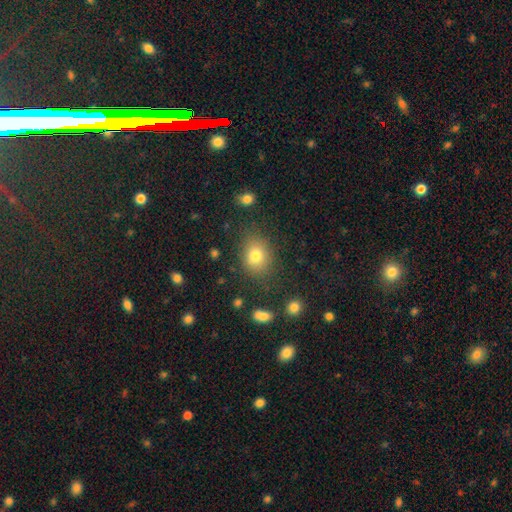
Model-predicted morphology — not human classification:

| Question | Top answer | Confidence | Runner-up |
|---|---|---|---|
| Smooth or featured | smooth | 77% | star or artifact (12%) |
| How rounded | round | 51% | in between (48%) |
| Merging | none | 80% | minor disturbance (13%) |